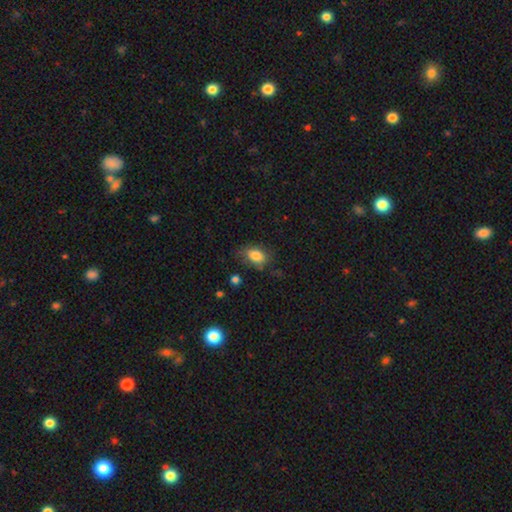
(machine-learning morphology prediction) A smooth galaxy with no disk features (84%) that is in between round and cigar-shaped (82%). Merging: none (65%).